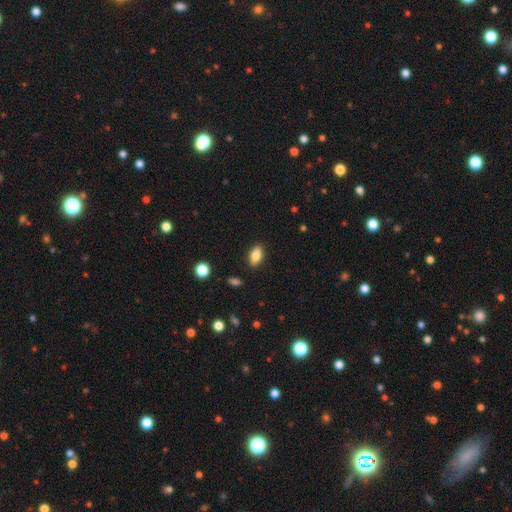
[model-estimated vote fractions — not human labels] Smooth or featured? smooth (81%)
How rounded? in between (88%)
Merging? none (88%)